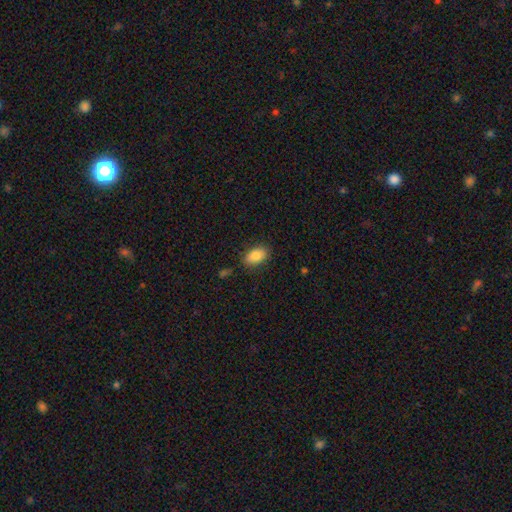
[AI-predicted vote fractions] This appears to be a smooth galaxy with no disk features (85%) that is in between round and cigar-shaped (89%). Merging: none (83%).